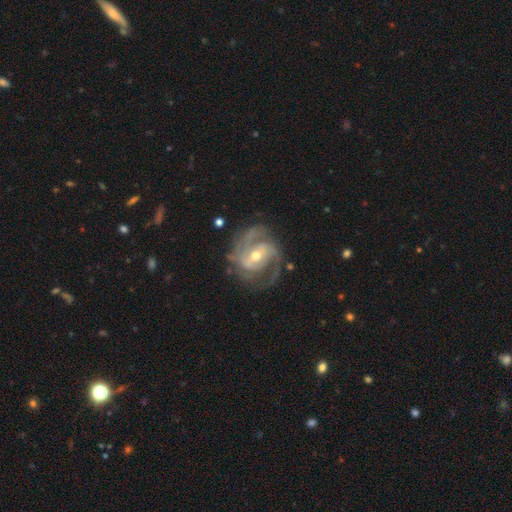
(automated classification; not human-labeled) smooth-or-featured: featured or disk: 90% | smooth: 5% | star or artifact: 5%
  disk-edge-on: no: 98% | yes: 2%
    bar: weak: 44% | no: 29% | strong: 28%
    has-spiral-arms: yes: 97% | no: 3%
      spiral-winding: medium: 47% | tight: 40% | loose: 13%
      spiral-arm-count: 2: 48% | 3: 26% | can't tell: 12% | 4: 5% | 1: 4% | more than 4: 4%
    bulge-size: moderate: 57% | small: 39% | large: 2% | none: 1% | dominant: 1%
  merging: none: 68% | minor disturbance: 19% | major disturbance: 12% | merger: 2%